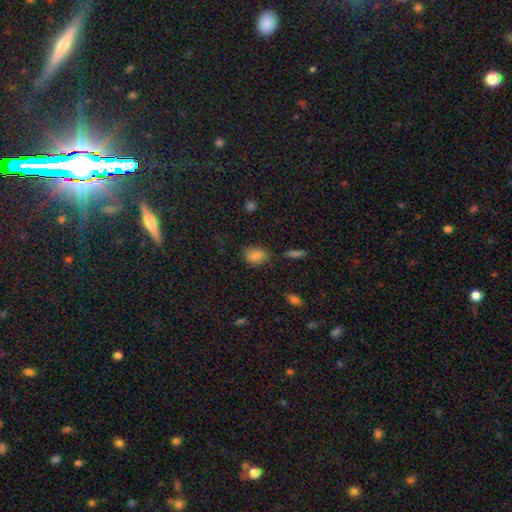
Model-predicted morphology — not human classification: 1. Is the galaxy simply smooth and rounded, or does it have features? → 82% smooth, 11% star or artifact, 7% featured or disk.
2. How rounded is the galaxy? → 76% in between, 22% round, 2% cigar-shaped.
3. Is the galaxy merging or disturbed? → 69% none, 22% minor disturbance, 5% major disturbance, 3% merger.